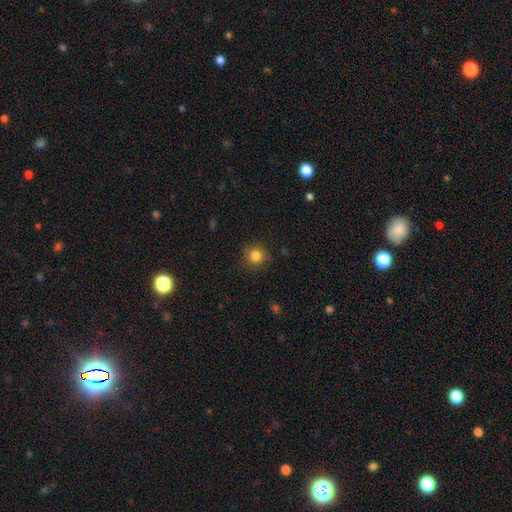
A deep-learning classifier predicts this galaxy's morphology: Smooth or featured? smooth (83%)
How rounded? round (91%)
Merging? none (84%)